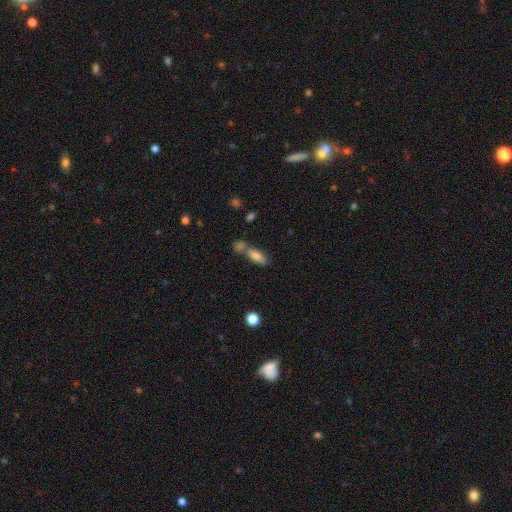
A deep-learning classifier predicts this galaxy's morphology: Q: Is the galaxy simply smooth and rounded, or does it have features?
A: smooth — 79%.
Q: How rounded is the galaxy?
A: in between — 73%.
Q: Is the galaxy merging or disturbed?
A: none — 45%.